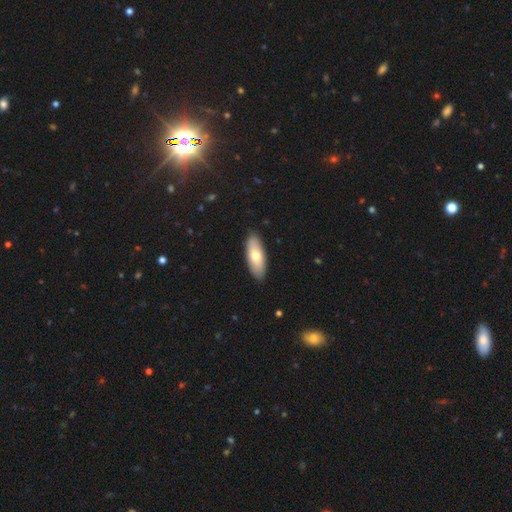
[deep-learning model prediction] The model was most divided on "smooth or featured": smooth: 72%, featured or disk: 23%, star or artifact: 5%. More confident: merging — none (88%); how rounded — in between (76%).